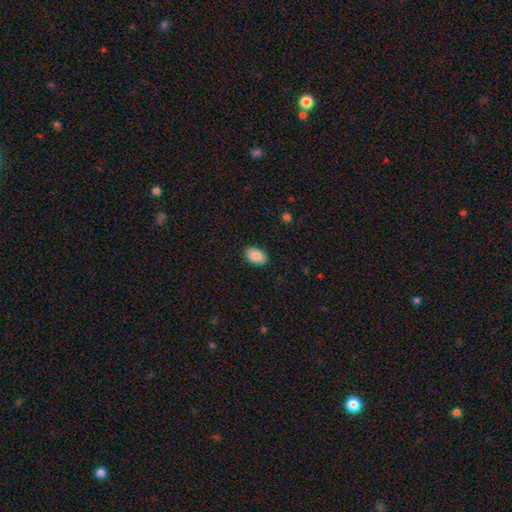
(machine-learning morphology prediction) This is clearly a smooth galaxy (88%). How rounded: clearly in between (92%). Merging: clearly none (88%).